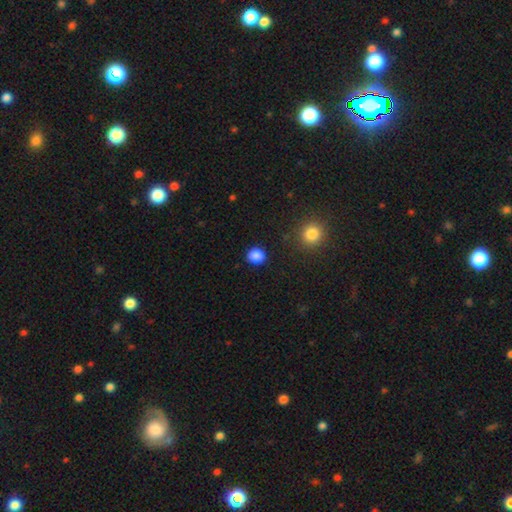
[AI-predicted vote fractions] Smooth or featured: smooth — 87% (star or artifact — 10%)
How rounded: round — 72% (in between — 27%)
Merging: none — 88% (minor disturbance — 8%)